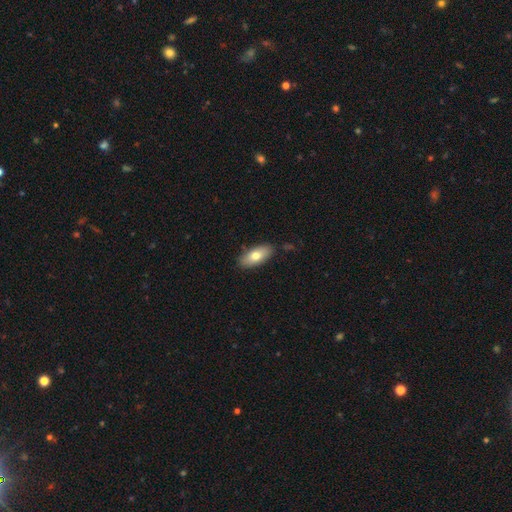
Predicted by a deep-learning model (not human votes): Q: Smooth or featured?
A: smooth (75%); runner-up: featured or disk (19%)
Q: How rounded?
A: in between (86%); runner-up: cigar-shaped (11%)
Q: Merging?
A: none (85%); runner-up: minor disturbance (11%)